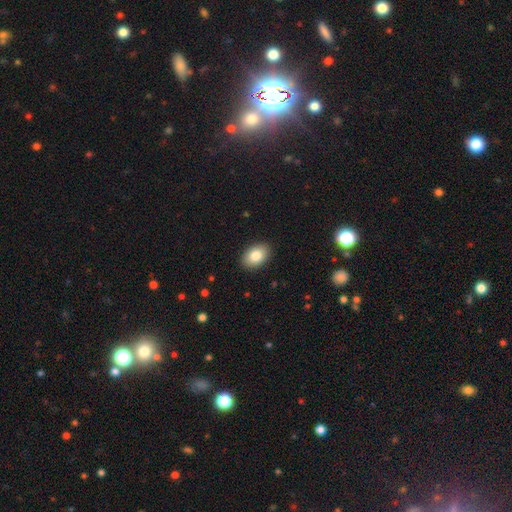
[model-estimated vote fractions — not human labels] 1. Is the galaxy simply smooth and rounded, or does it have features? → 83% smooth, 9% featured or disk, 8% star or artifact.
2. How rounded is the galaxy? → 85% in between, 14% round, 1% cigar-shaped.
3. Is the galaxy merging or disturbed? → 90% none, 7% minor disturbance, 2% major disturbance, 1% merger.